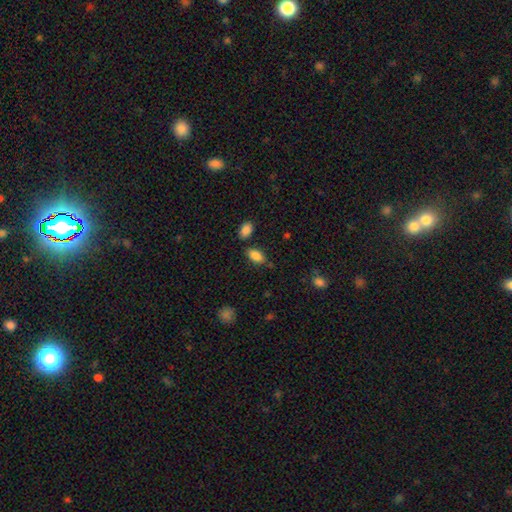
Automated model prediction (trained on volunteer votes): smooth_or_featured: smooth (p=0.86) [alt: star or artifact p=0.08]
how_rounded: in between (p=0.92) [alt: cigar-shaped p=0.04]
merging: none (p=0.75) [alt: minor disturbance p=0.15]